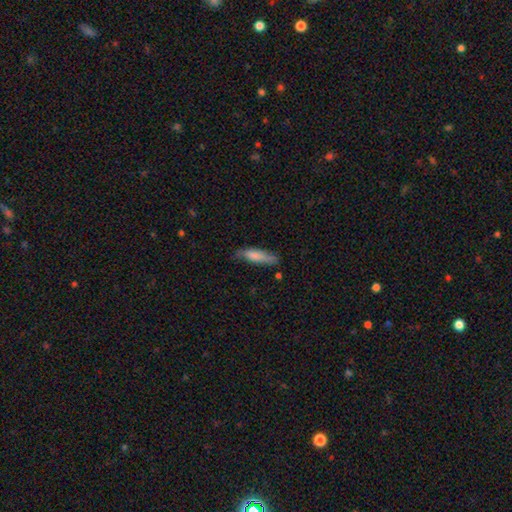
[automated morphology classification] smooth-or-featured: smooth: 76% | featured or disk: 18% | star or artifact: 6%
  how-rounded: cigar-shaped: 65% | in between: 33% | round: 2%
  merging: none: 63% | minor disturbance: 28% | major disturbance: 6% | merger: 3%